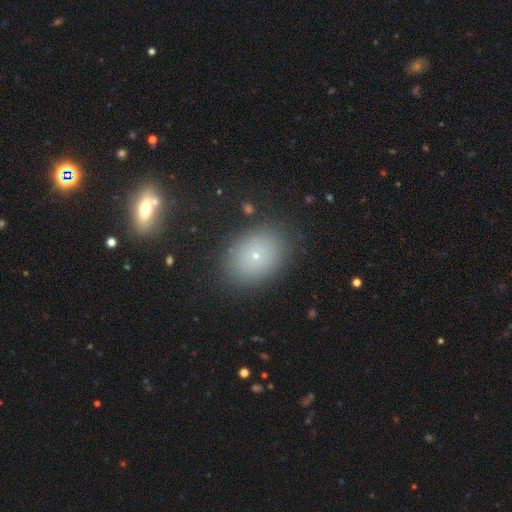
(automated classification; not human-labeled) This is likely a smooth galaxy (69%). How rounded: likely in between (65%). Merging: clearly none (86%).